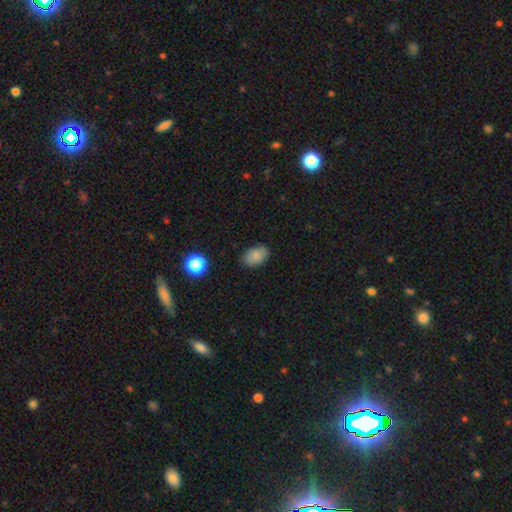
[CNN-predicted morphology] smooth-or-featured: smooth: 82% | star or artifact: 9% | featured or disk: 9%
  how-rounded: in between: 84% | round: 14% | cigar-shaped: 1%
  merging: none: 84% | minor disturbance: 12% | major disturbance: 3% | merger: 1%